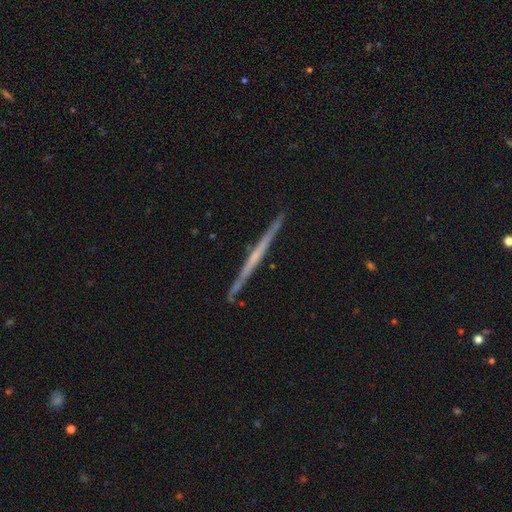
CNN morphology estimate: A featured or disk galaxy (72%) viewed edge-on (98%) with no central bulge (75%).

Vote fractions:
- Smooth or featured? featured or disk: 72% / smooth: 23% / star or artifact: 5%
- Edge-on disk? yes: 98% / no: 2%
- Edge-on bulge? none: 75% / rounded: 17% / boxy: 7%
- Merging? none: 91% / minor disturbance: 6% / major disturbance: 1% / merger: 1%